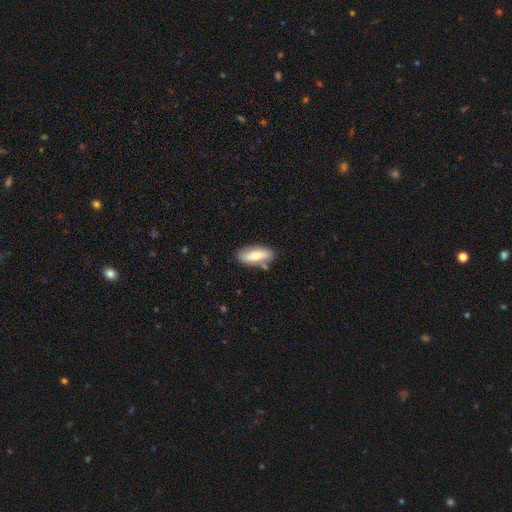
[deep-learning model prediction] Smooth or featured? smooth (73%)
How rounded? in between (76%)
Merging? none (79%)